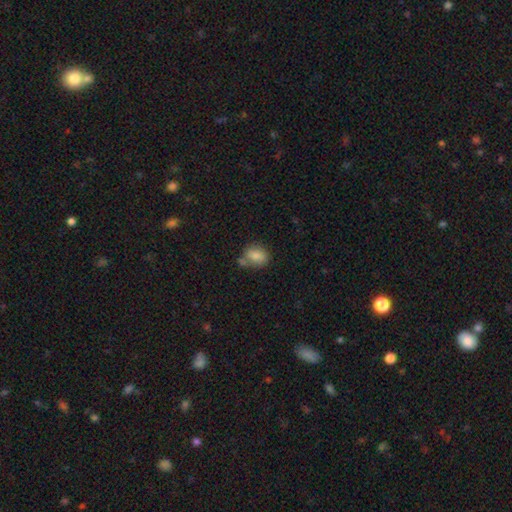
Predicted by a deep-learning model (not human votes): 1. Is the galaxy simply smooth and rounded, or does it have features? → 83% smooth, 9% featured or disk, 8% star or artifact.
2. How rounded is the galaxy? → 60% in between, 38% round, 1% cigar-shaped.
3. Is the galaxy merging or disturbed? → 56% none, 20% merger, 18% minor disturbance, 6% major disturbance.